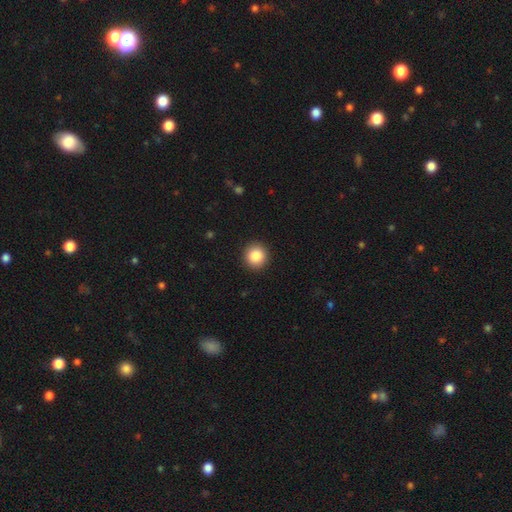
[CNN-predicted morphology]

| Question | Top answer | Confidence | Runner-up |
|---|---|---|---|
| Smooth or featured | smooth | 87% | star or artifact (9%) |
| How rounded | round | 93% | in between (6%) |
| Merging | none | 92% | minor disturbance (5%) |